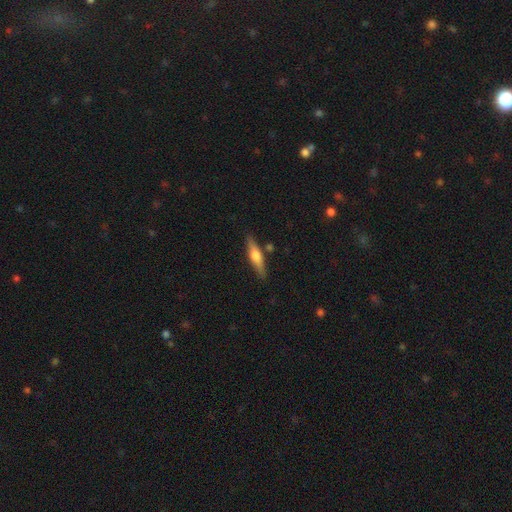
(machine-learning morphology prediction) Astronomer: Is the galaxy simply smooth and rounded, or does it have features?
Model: featured or disk — 51% (runner-up: smooth, 43%).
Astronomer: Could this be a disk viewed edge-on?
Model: yes — 94%.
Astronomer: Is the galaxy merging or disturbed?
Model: none — 84%.